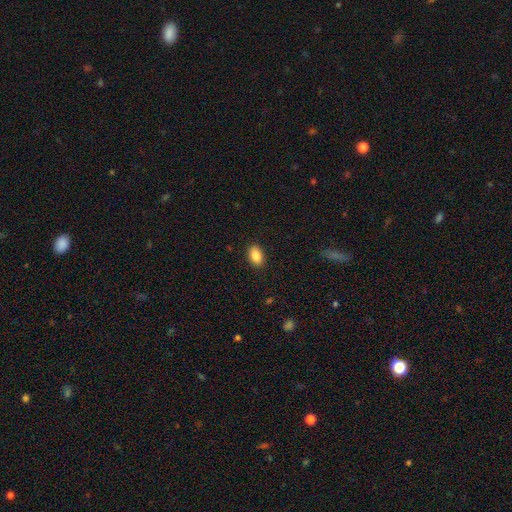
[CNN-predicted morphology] This appears to be a smooth galaxy with no disk features (88%) that is in between round and cigar-shaped (90%). Merging: none (88%).